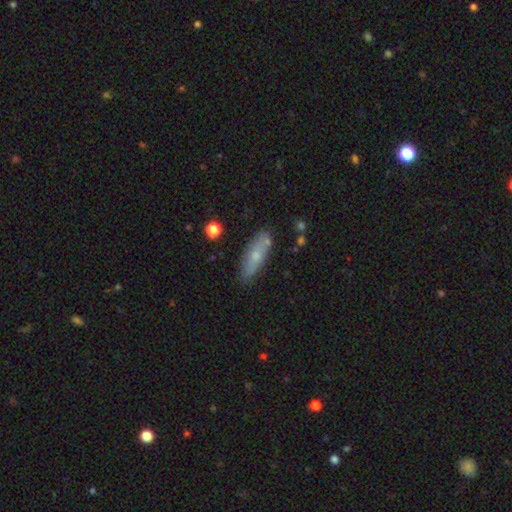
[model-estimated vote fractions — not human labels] Smooth or featured: smooth — 64% (featured or disk — 29%)
How rounded: cigar-shaped — 50% (in between — 47%)
Merging: none — 80% (minor disturbance — 14%)